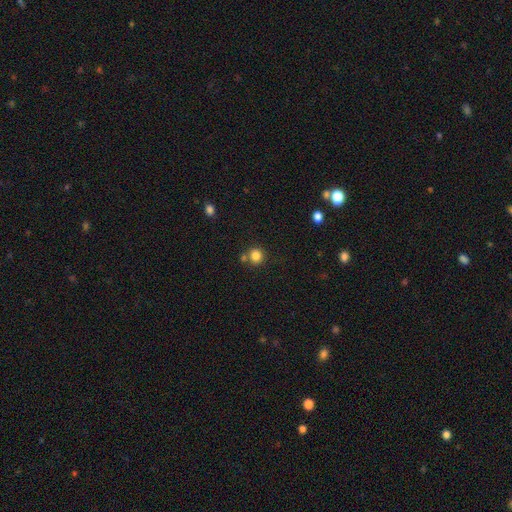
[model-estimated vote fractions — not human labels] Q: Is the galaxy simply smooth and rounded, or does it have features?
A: smooth — 83%.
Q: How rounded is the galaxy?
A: round — 89%.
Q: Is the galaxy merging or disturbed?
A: none — 71%.